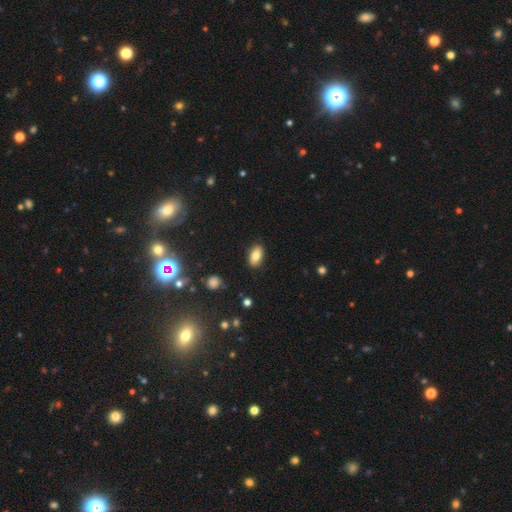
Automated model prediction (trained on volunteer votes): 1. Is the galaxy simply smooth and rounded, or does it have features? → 81% smooth, 10% featured or disk, 9% star or artifact.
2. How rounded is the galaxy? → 91% in between, 6% round, 3% cigar-shaped.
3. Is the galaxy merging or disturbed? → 87% none, 10% minor disturbance, 2% major disturbance, 1% merger.